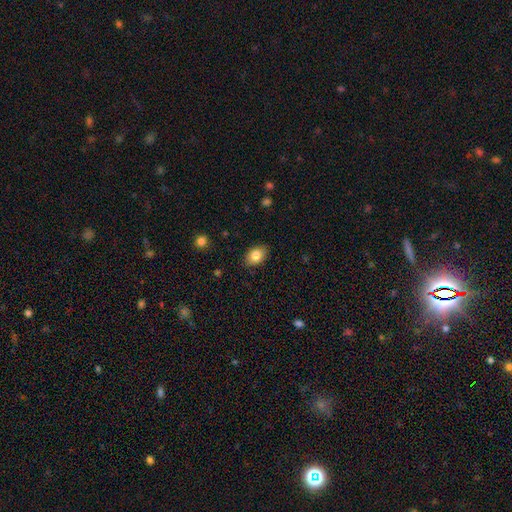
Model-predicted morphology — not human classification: type=smooth (84%); roundness=in between (81%); merging=none (86%).